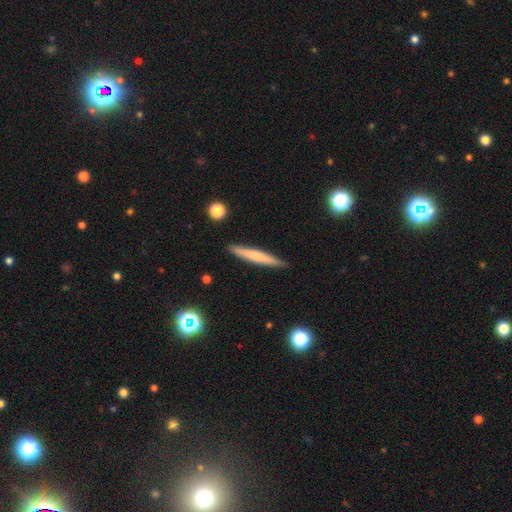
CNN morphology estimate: A smooth galaxy with no disk features (61%) that is cigar-shaped (95%). Merging: none (89%).